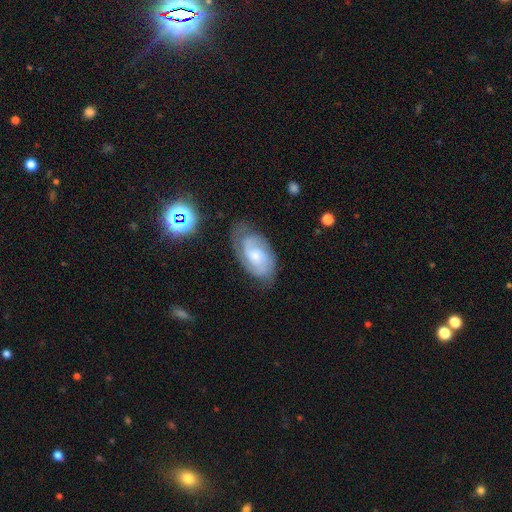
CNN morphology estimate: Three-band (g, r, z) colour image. It shows a featured or disk galaxy (72%) with no bar (61%), 2 (51%) tight (47%) spiral arms (93%) and a small central bulge (49%). Merging: none (65%).